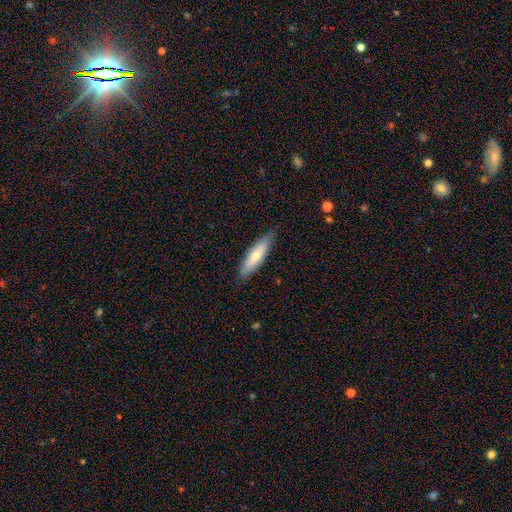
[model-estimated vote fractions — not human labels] smooth 67%, featured or disk 28%, star or artifact 6%. Down the decision tree: how rounded — cigar-shaped (61%); merging — none (78%).